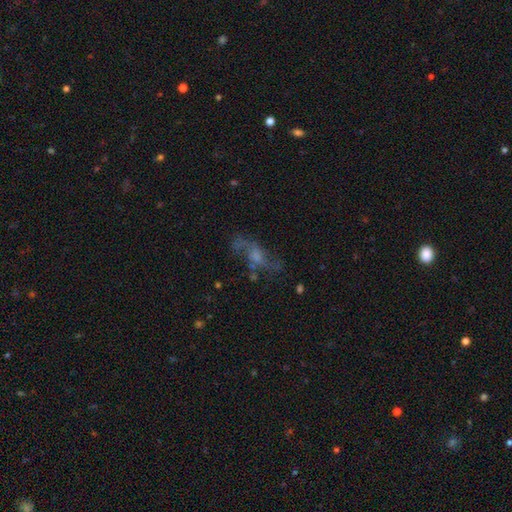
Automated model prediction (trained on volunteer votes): Smooth or featured?
  - featured or disk: 61% *
  - smooth: 23%
  - star or artifact: 16%
Edge-on disk?
  - no: 86% *
  - yes: 14%
Bar?
  - no: 66% *
  - weak: 28%
  - strong: 6%
Spiral arms?
  - yes: 73% *
  - no: 27%
Bulge size?
  - moderate: 32% *
  - small: 31%
  - none: 25%
  - large: 10%
  - dominant: 2%
Merging?
  - none: 54% *
  - major disturbance: 22%
  - minor disturbance: 18%
  - merger: 5%